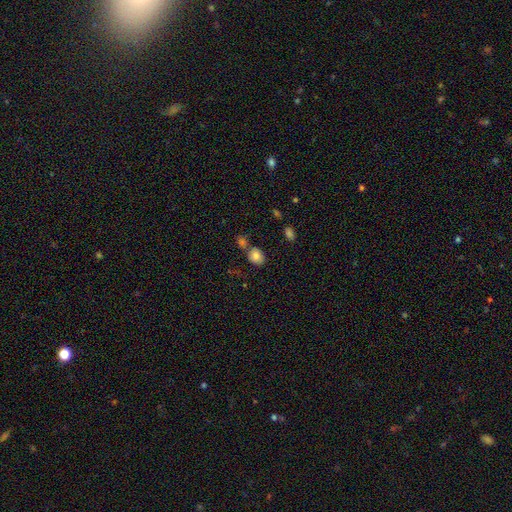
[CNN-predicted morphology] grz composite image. It shows a smooth galaxy with no disk features (82%) that is in between round and cigar-shaped (55%). Merging: none (58%).